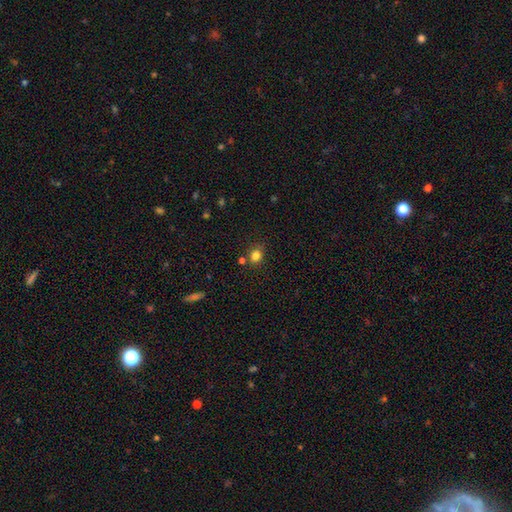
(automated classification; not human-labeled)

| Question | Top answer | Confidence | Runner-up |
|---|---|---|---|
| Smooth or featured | smooth | 81% | star or artifact (14%) |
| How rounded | round | 62% | in between (36%) |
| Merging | none | 74% | minor disturbance (15%) |